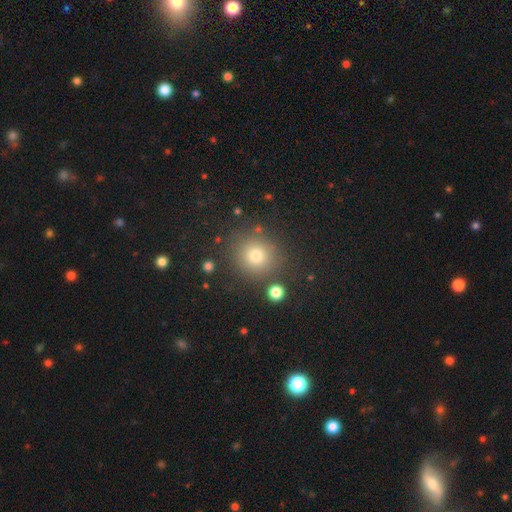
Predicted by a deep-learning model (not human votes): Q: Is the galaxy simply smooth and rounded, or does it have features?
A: smooth — 74%.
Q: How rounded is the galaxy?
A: round — 91%.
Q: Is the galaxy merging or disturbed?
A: none — 85%.